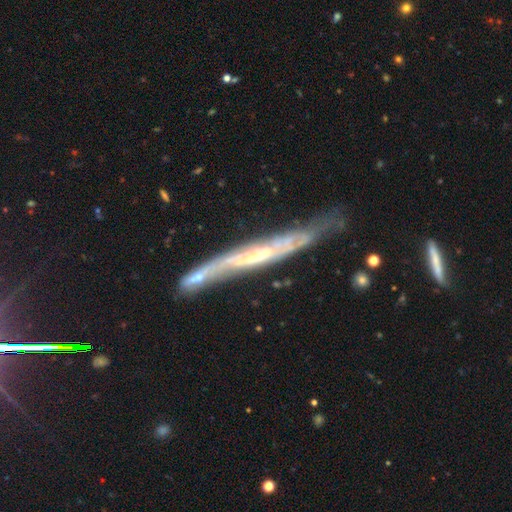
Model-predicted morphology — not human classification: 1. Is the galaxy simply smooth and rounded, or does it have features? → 75% featured or disk, 17% smooth, 8% star or artifact.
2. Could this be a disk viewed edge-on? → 79% yes, 21% no.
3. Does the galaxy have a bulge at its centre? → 64% none, 24% rounded, 12% boxy.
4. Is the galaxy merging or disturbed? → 54% none, 26% minor disturbance, 11% merger, 10% major disturbance.